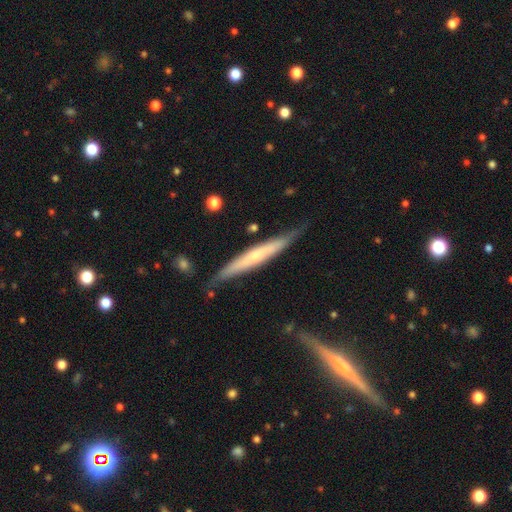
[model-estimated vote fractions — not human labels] A featured or disk galaxy (55%) viewed edge-on (91%).

Vote fractions:
- Smooth or featured? featured or disk: 55% / smooth: 40% / star or artifact: 5%
- Edge-on disk? yes: 91% / no: 9%
- Merging? none: 77% / minor disturbance: 18% / major disturbance: 3% / merger: 3%